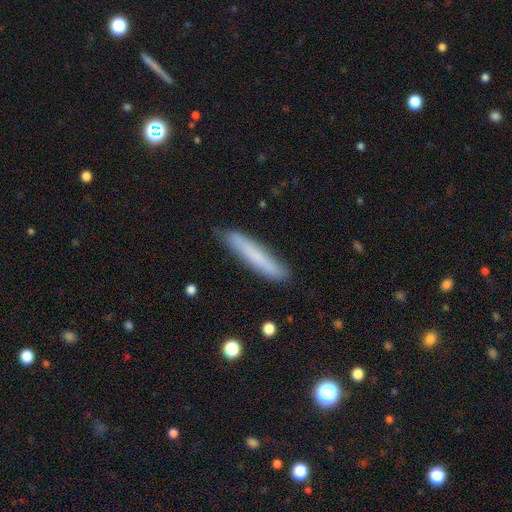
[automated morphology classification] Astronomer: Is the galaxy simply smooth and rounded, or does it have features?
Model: smooth — 70%.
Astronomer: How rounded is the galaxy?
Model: cigar-shaped — 93%.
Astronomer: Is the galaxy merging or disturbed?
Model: none — 84%.